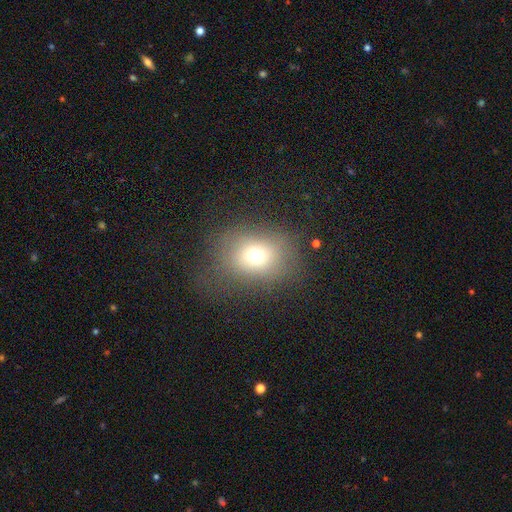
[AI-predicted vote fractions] Smooth or featured? smooth (70%)
How rounded? round (55%)
Merging? none (65%)